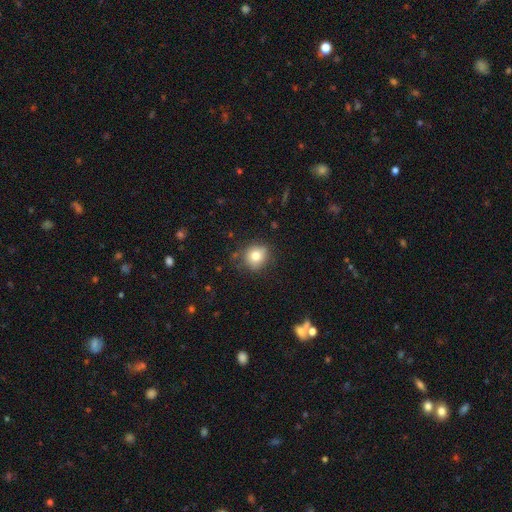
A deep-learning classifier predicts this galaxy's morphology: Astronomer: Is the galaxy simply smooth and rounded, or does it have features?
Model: smooth — 79%.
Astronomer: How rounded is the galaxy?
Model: round — 80%.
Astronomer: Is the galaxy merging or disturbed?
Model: none — 78%.